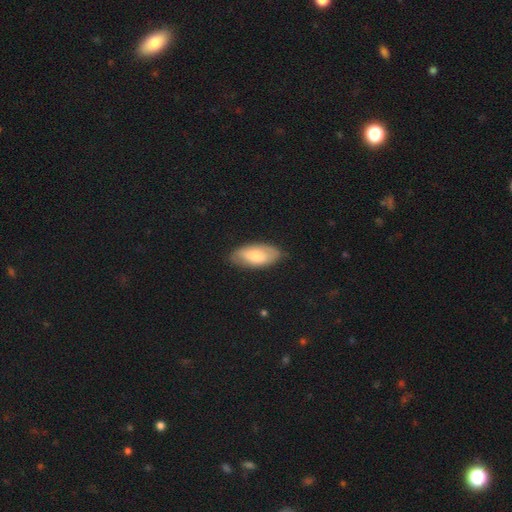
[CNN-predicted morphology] A smooth galaxy with no disk features (69%) that is in between round and cigar-shaped (90%). Merging: none (81%).